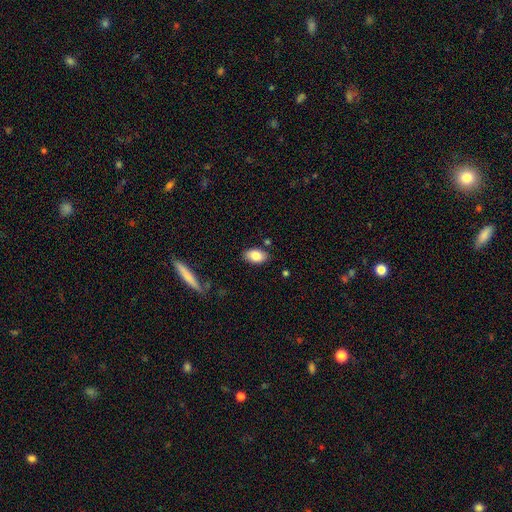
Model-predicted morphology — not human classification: Overall: smooth (83%). How rounded: in between (91%). Merging: none (83%).